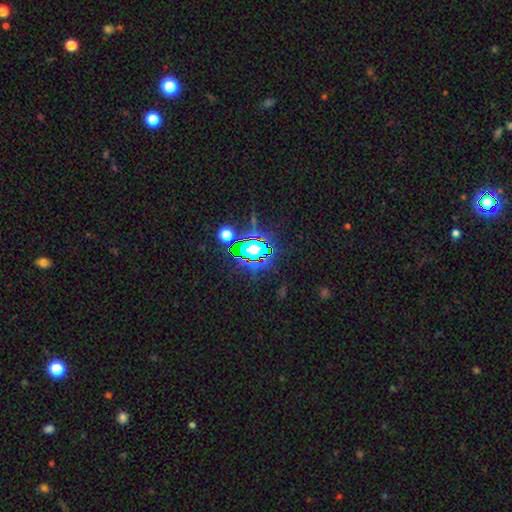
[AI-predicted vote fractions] smooth-or-featured: star or artifact: 79% | smooth: 13% | featured or disk: 8%